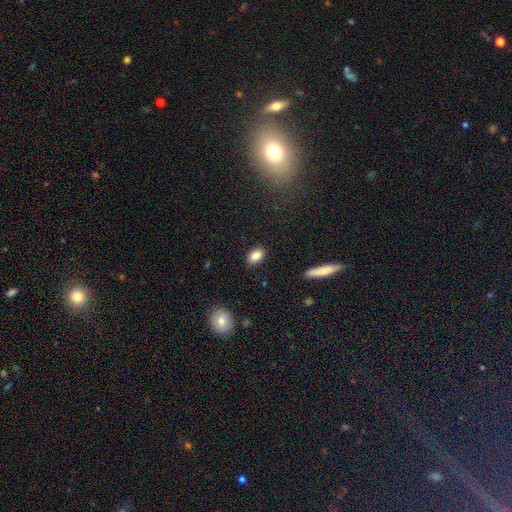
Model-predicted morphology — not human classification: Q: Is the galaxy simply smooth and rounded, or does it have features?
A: smooth — 86%.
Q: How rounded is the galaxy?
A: in between — 84%.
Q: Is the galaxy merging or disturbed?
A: none — 87%.